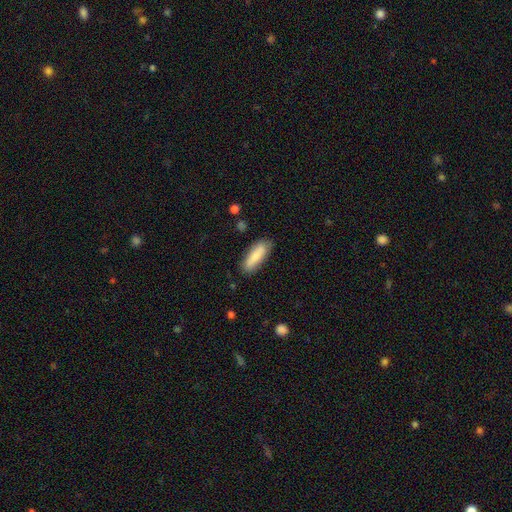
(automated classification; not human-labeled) smooth-or-featured: smooth: 81% | featured or disk: 13% | star or artifact: 6%
  how-rounded: in between: 53% | cigar-shaped: 45% | round: 2%
  merging: none: 81% | minor disturbance: 15% | major disturbance: 3% | merger: 2%